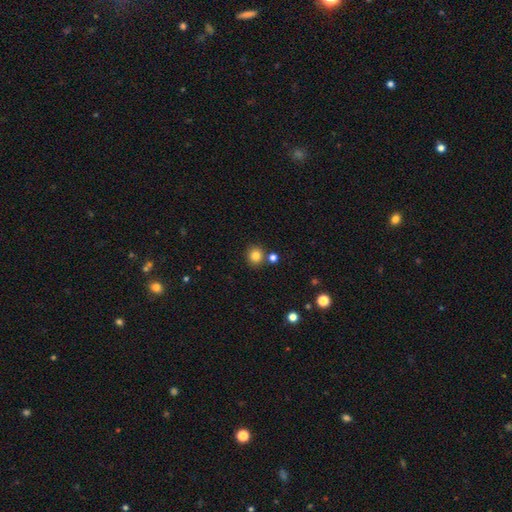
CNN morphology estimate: A smooth galaxy with no disk features (83%) that is round (88%). Merging: none (80%).